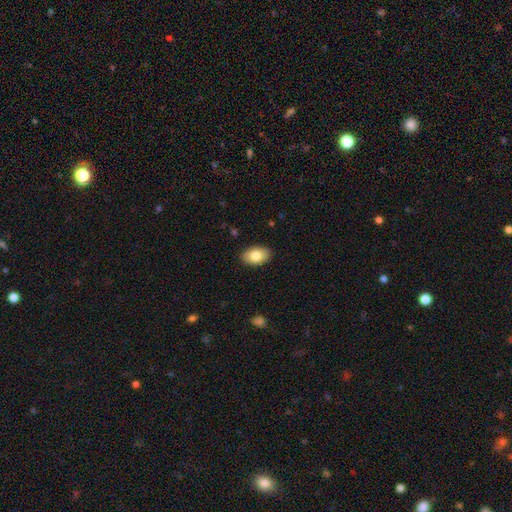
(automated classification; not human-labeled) A smooth galaxy with no disk features (81%) that is in between round and cigar-shaped (91%).

Vote fractions:
- Smooth or featured? smooth: 81% / featured or disk: 12% / star or artifact: 7%
- How rounded? in between: 91% / round: 8% / cigar-shaped: 1%
- Merging? none: 89% / minor disturbance: 8% / major disturbance: 2% / merger: 1%